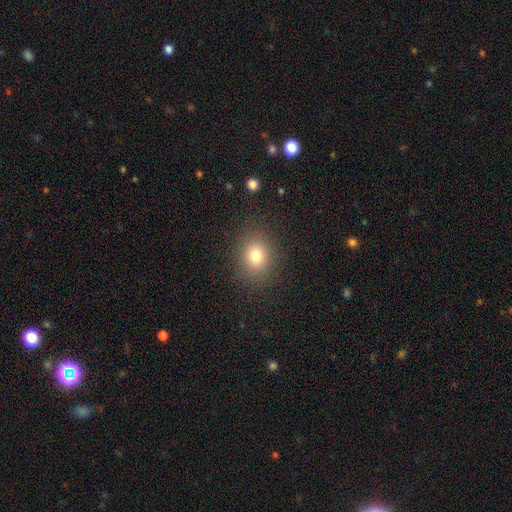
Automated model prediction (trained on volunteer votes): smooth-or-featured: smooth: 77% | star or artifact: 13% | featured or disk: 9%
  how-rounded: round: 59% | in between: 40% | cigar-shaped: 1%
  merging: none: 86% | minor disturbance: 8% | major disturbance: 4% | merger: 1%